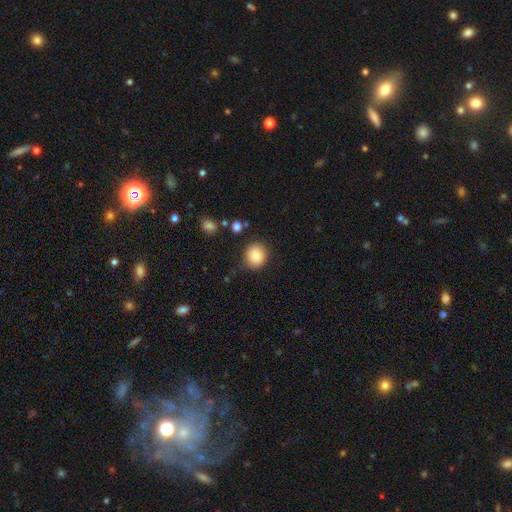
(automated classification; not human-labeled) The model was most divided on "how rounded": round: 81%, in between: 18%, cigar-shaped: 1%. More confident: merging — none (85%); smooth or featured — smooth (84%).